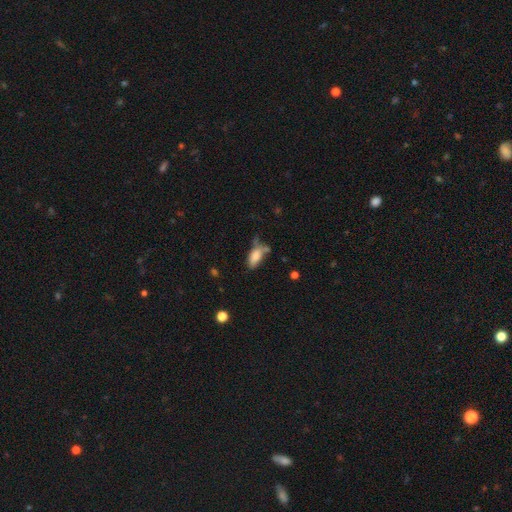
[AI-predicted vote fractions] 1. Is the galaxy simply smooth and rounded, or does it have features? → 79% smooth, 12% featured or disk, 9% star or artifact.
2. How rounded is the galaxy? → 87% in between, 10% cigar-shaped, 3% round.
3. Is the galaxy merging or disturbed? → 44% none, 28% minor disturbance, 16% merger, 12% major disturbance.